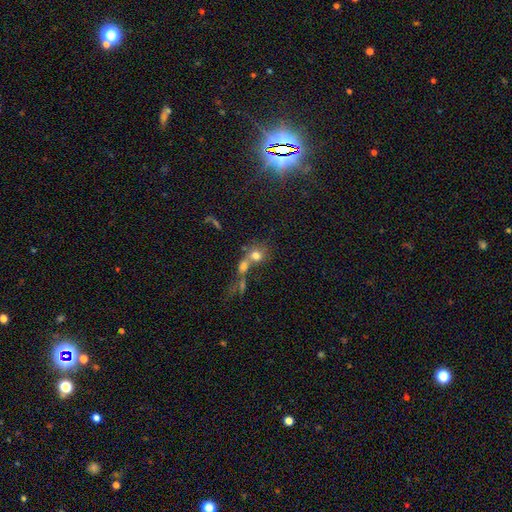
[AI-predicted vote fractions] smooth 69%, featured or disk 17%, star or artifact 15%. Down the decision tree: how rounded — round (73%); merging — merger (56%).